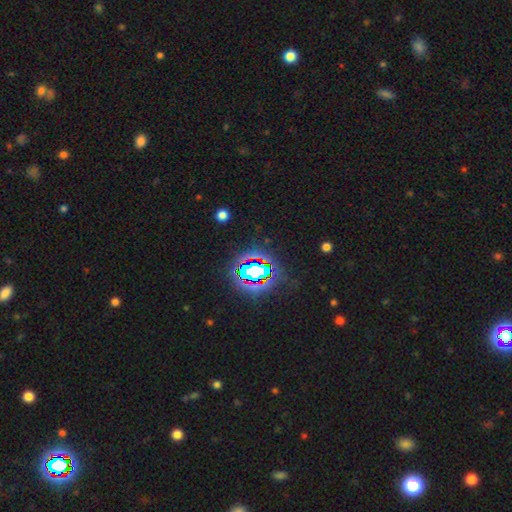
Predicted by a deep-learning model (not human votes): Overall: star or artifact (83%).